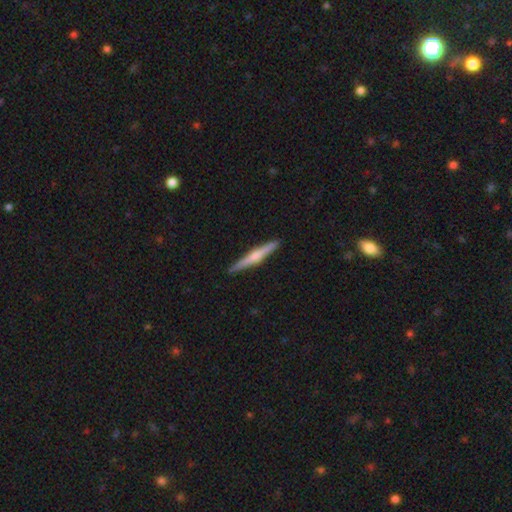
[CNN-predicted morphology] smooth-or-featured: featured or disk: 63% | smooth: 32% | star or artifact: 5%
  disk-edge-on: yes: 98% | no: 2%
    edge-on-bulge: rounded: 81% | none: 12% | boxy: 8%
  merging: none: 92% | minor disturbance: 6% | major disturbance: 1% | merger: 1%